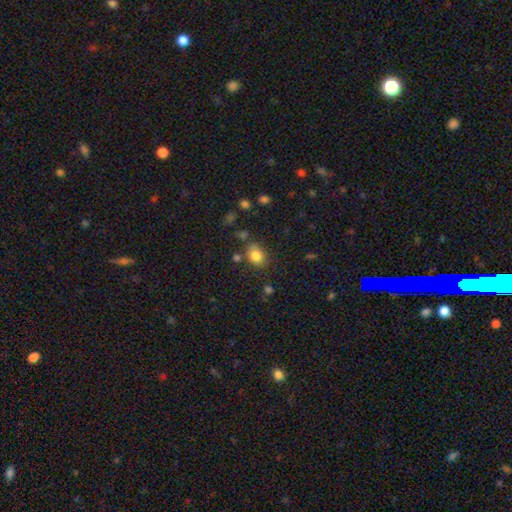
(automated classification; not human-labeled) Q: Smooth or featured?
A: smooth (82%); runner-up: star or artifact (10%)
Q: How rounded?
A: in between (65%); runner-up: round (34%)
Q: Merging?
A: none (67%); runner-up: minor disturbance (20%)